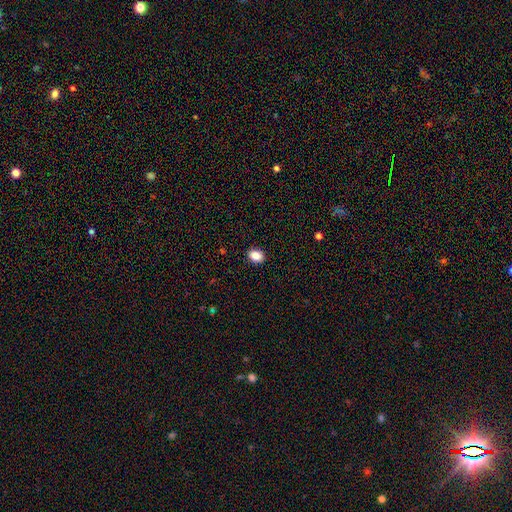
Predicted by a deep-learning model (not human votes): The model was most divided on "how rounded": in between: 62%, round: 37%, cigar-shaped: 1%. More confident: merging — none (91%); smooth or featured — smooth (85%).